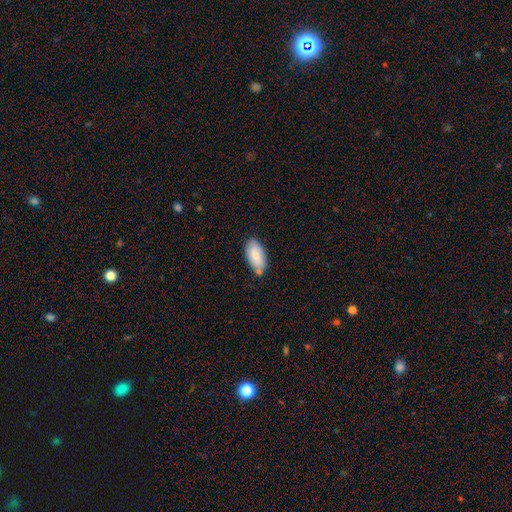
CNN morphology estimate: Overall: smooth (82%). How rounded: in between (94%). Merging: none (69%).